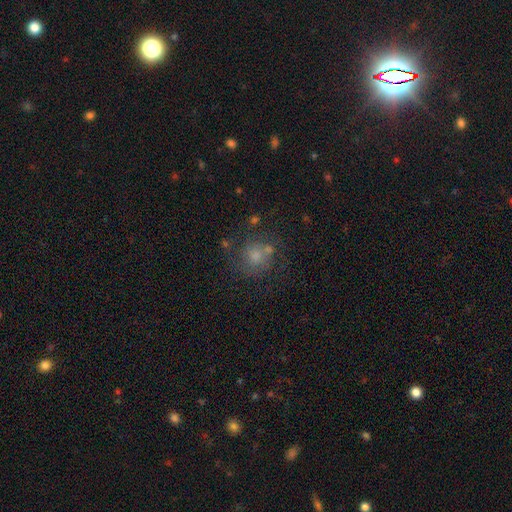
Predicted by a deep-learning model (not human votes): smooth-or-featured: smooth: 56% | featured or disk: 27% | star or artifact: 17%
  how-rounded: round: 86% | in between: 13% | cigar-shaped: 1%
  merging: none: 61% | minor disturbance: 17% | major disturbance: 11% | merger: 11%